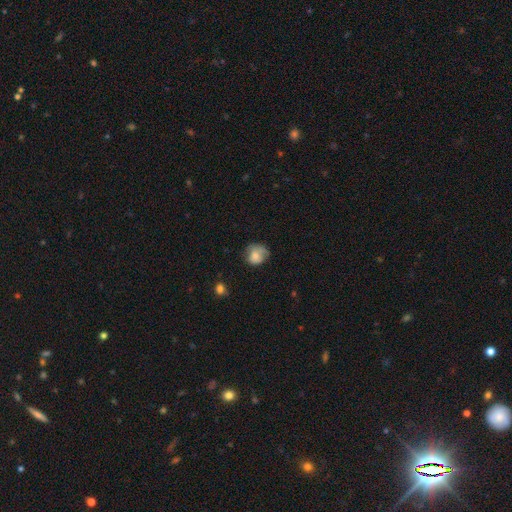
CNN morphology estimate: Smooth or featured? smooth (70%)
How rounded? round (68%)
Merging? none (48%)